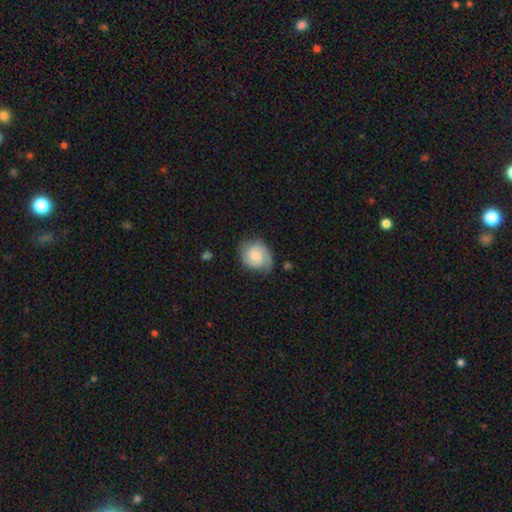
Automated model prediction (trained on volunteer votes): smooth-or-featured: featured or disk: 62% | smooth: 32% | star or artifact: 7%
  disk-edge-on: no: 98% | yes: 2%
    bar: no: 56% | weak: 38% | strong: 5%
    has-spiral-arms: yes: 93% | no: 7%
      spiral-winding: tight: 45% | medium: 40% | loose: 15%
      spiral-arm-count: 2: 67% | 1: 15% | can't tell: 12% | 3: 4% | 4: 1% | more than 4: 1%
    bulge-size: small: 45% | moderate: 37% | none: 10% | large: 6% | dominant: 2%
  merging: none: 66% | minor disturbance: 24% | major disturbance: 9% | merger: 2%